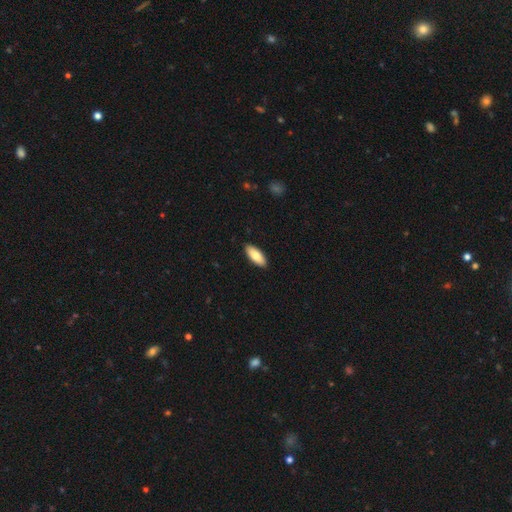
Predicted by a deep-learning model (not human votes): Q: Smooth or featured?
A: smooth (80%); runner-up: featured or disk (14%)
Q: How rounded?
A: in between (81%); runner-up: cigar-shaped (17%)
Q: Merging?
A: none (90%); runner-up: minor disturbance (8%)